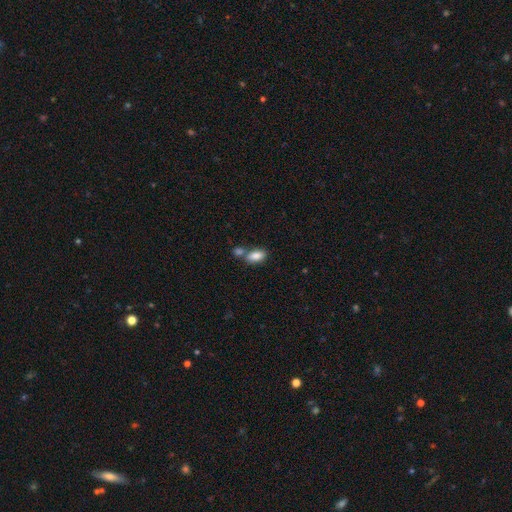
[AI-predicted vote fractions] This is clearly a smooth galaxy (85%). How rounded: clearly in between (91%). Merging: possibly none (47%).